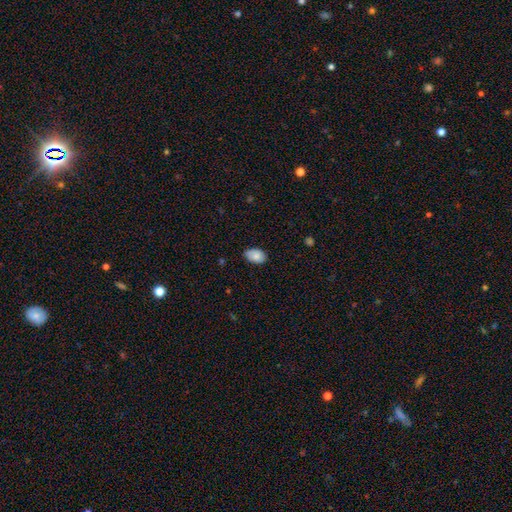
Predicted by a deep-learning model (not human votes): A smooth galaxy with no disk features (84%) that is in between round and cigar-shaped (91%). Merging: none (76%).